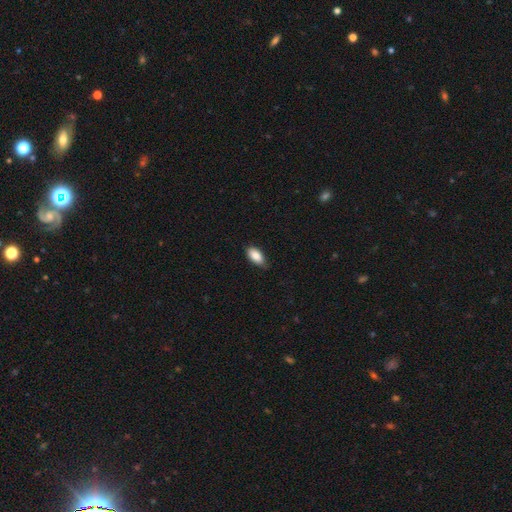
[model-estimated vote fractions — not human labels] Smooth or featured? smooth (86%)
How rounded? in between (92%)
Merging? none (79%)